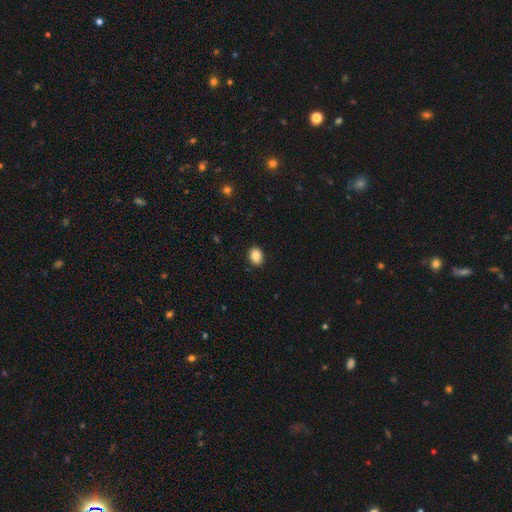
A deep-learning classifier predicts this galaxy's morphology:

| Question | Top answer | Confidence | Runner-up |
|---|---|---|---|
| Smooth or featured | smooth | 87% | star or artifact (9%) |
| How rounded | in between | 58% | round (41%) |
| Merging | none | 89% | minor disturbance (8%) |